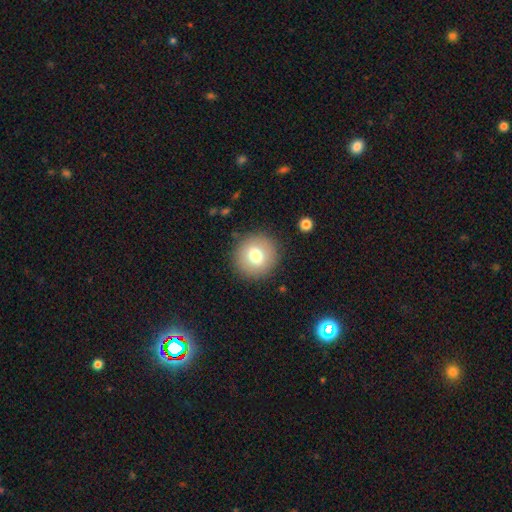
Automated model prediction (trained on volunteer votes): Q: Smooth or featured?
A: smooth (75%); runner-up: featured or disk (15%)
Q: How rounded?
A: round (93%); runner-up: in between (6%)
Q: Merging?
A: none (89%); runner-up: minor disturbance (7%)